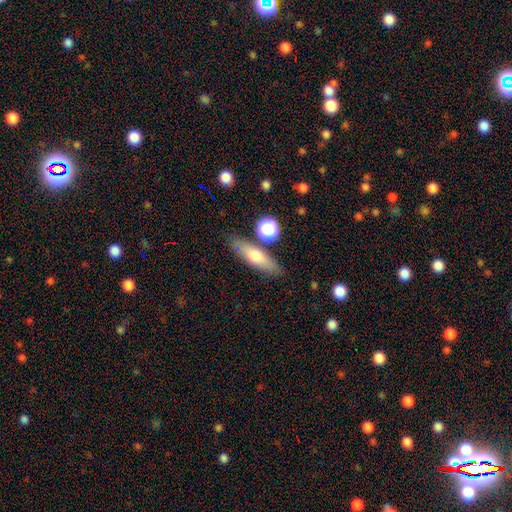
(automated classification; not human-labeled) Morphology: type=smooth (63%); roundness=cigar-shaped (60%); merging=none (79%).